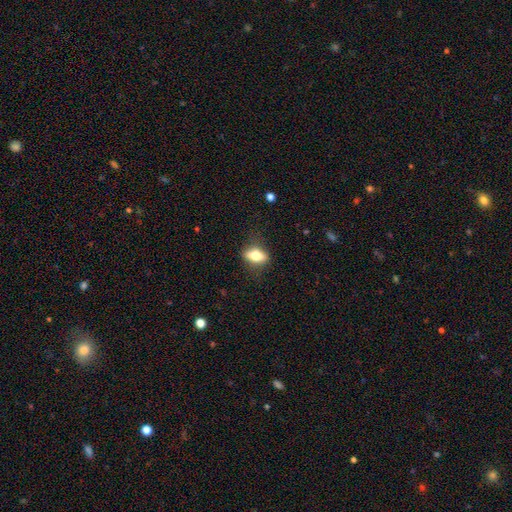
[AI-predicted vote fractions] This is likely a smooth galaxy (66%). How rounded: likely in between (74%). Merging: likely none (77%).